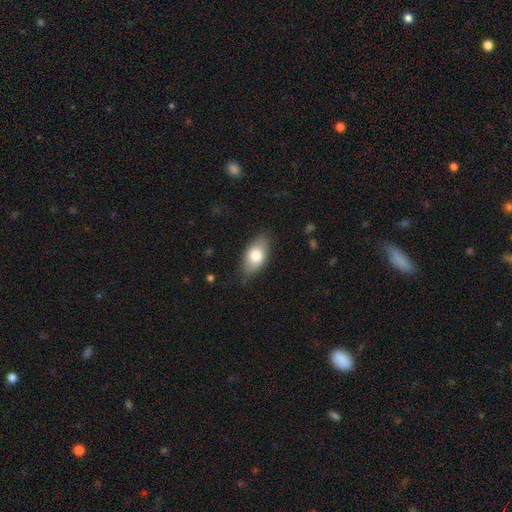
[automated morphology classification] smooth-or-featured: smooth: 77% | featured or disk: 17% | star or artifact: 6%
  how-rounded: in between: 92% | round: 5% | cigar-shaped: 4%
  merging: none: 79% | minor disturbance: 17% | major disturbance: 3% | merger: 1%